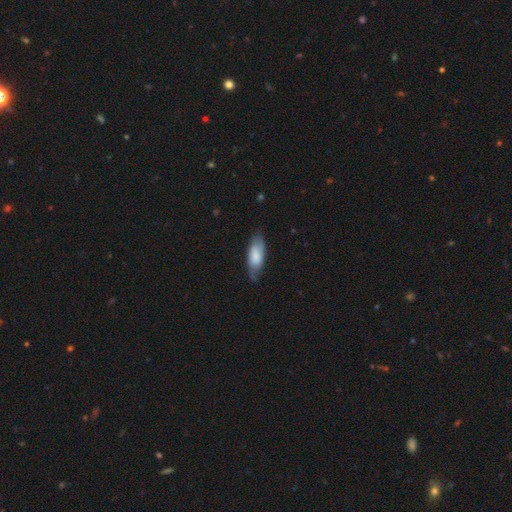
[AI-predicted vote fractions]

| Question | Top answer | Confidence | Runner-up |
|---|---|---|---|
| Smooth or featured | smooth | 71% | featured or disk (23%) |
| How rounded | in between | 74% | cigar-shaped (25%) |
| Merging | none | 69% | minor disturbance (24%) |